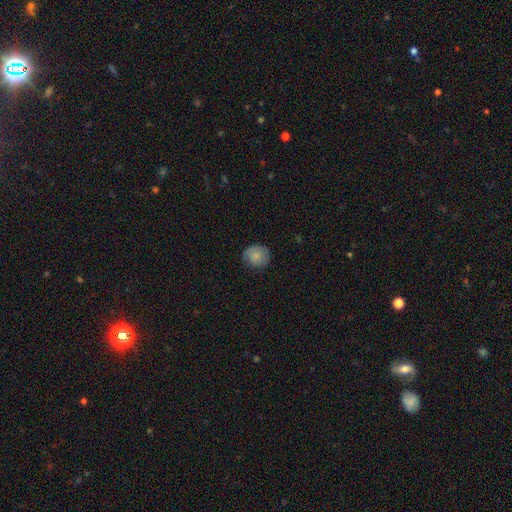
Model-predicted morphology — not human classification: type=smooth (78%); roundness=round (82%); merging=none (75%).